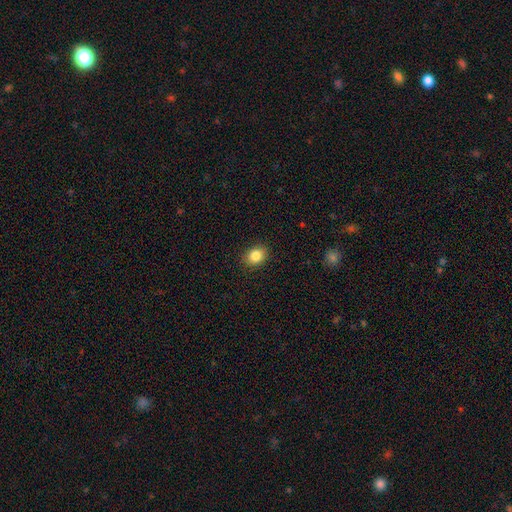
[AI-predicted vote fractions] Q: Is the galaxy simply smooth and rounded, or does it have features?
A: smooth — 85%.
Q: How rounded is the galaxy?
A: in between — 53%.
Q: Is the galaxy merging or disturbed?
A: none — 89%.